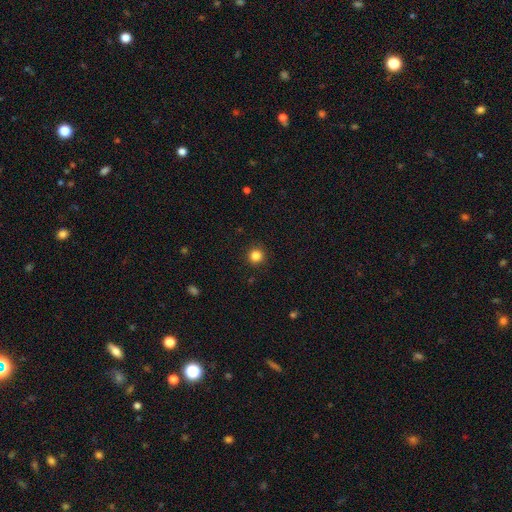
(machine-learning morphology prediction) smooth-or-featured: smooth: 84% | star or artifact: 12% | featured or disk: 4%
  how-rounded: round: 95% | in between: 4% | cigar-shaped: 1%
  merging: none: 92% | minor disturbance: 5% | major disturbance: 2% | merger: 1%